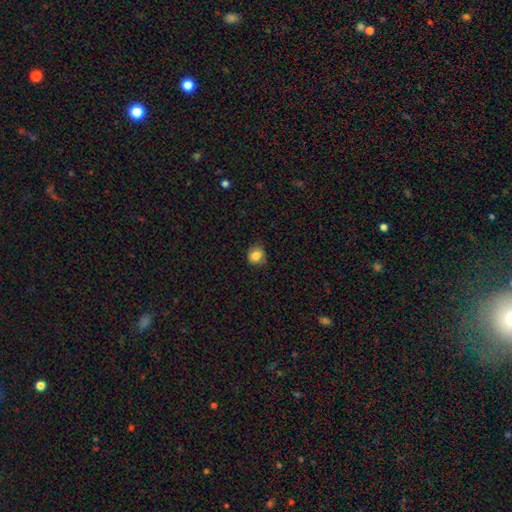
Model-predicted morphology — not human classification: type=smooth (83%); roundness=round (69%); merging=none (69%).